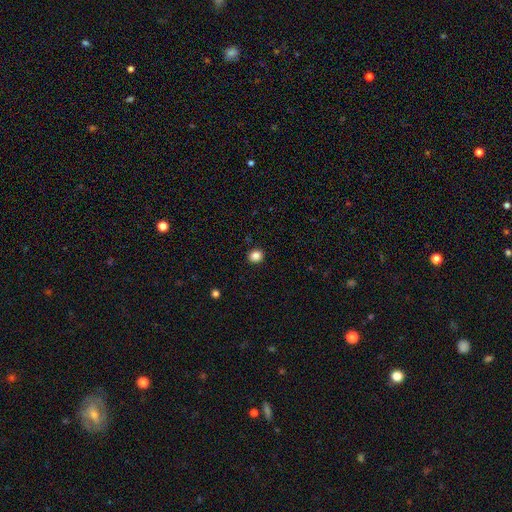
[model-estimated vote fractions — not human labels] smooth_or_featured: smooth (p=0.85) [alt: star or artifact p=0.11]
how_rounded: round (p=0.81) [alt: in between p=0.18]
merging: none (p=0.92) [alt: minor disturbance p=0.05]